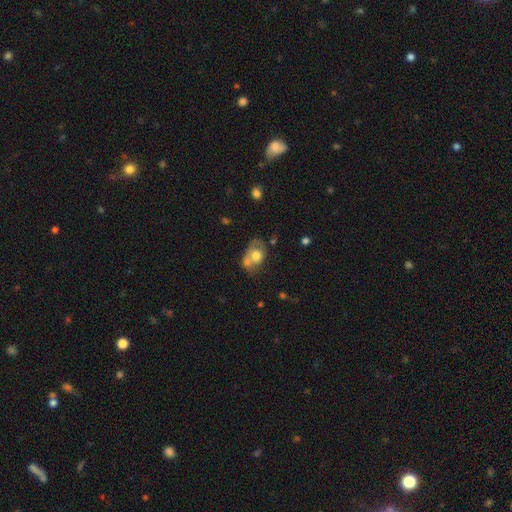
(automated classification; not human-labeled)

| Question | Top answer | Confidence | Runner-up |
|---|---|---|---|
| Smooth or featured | smooth | 57% | featured or disk (35%) |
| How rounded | in between | 66% | round (32%) |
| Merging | merger | 36% | none (29%) |